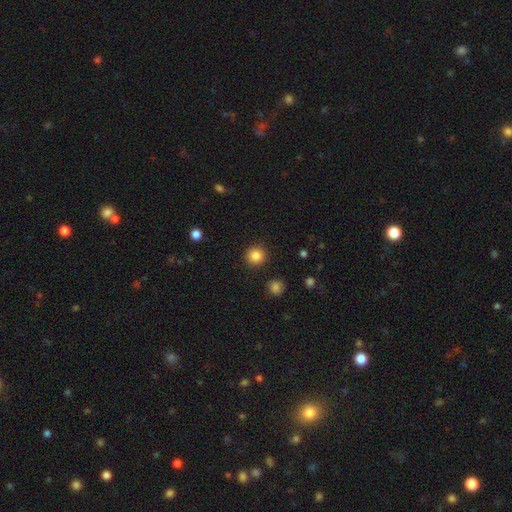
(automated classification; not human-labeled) Smooth or featured? Predicted: smooth (p=0.86). How rounded? Predicted: round (p=0.94). Merging? Predicted: none (p=0.91).